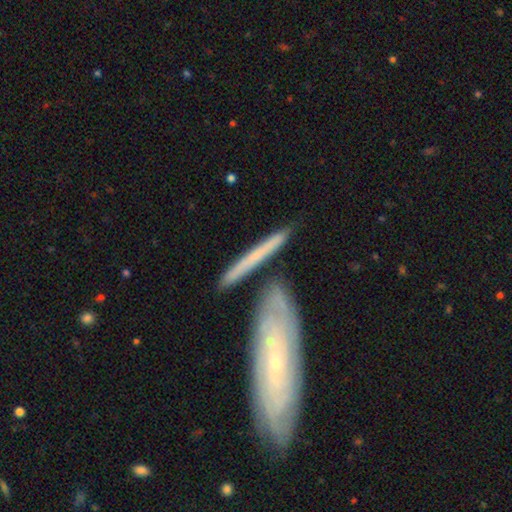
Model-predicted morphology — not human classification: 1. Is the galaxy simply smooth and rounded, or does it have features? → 48% smooth, 46% featured or disk, 6% star or artifact.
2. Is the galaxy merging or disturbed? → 75% none, 12% minor disturbance, 10% merger, 3% major disturbance.